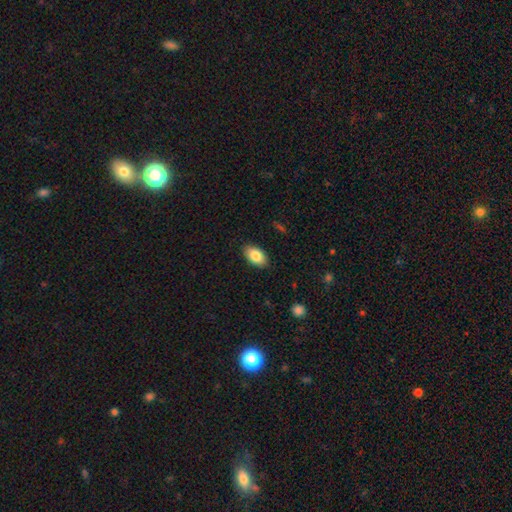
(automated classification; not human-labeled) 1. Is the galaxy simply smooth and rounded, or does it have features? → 84% smooth, 9% featured or disk, 7% star or artifact.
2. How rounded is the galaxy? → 93% in between, 5% round, 2% cigar-shaped.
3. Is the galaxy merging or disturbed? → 87% none, 10% minor disturbance, 2% major disturbance, 1% merger.